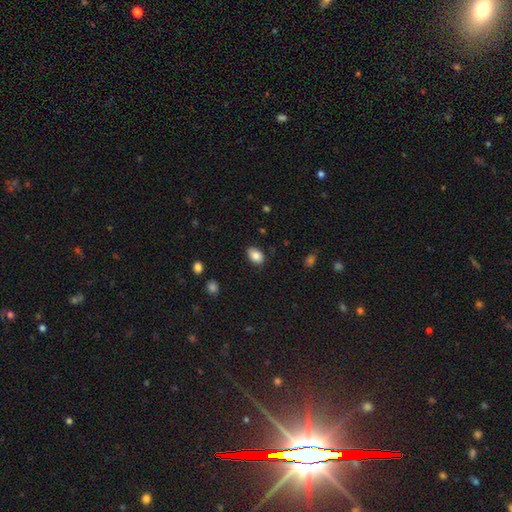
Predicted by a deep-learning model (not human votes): This is clearly a smooth galaxy (85%). How rounded: clearly in between (88%). Merging: clearly none (84%).